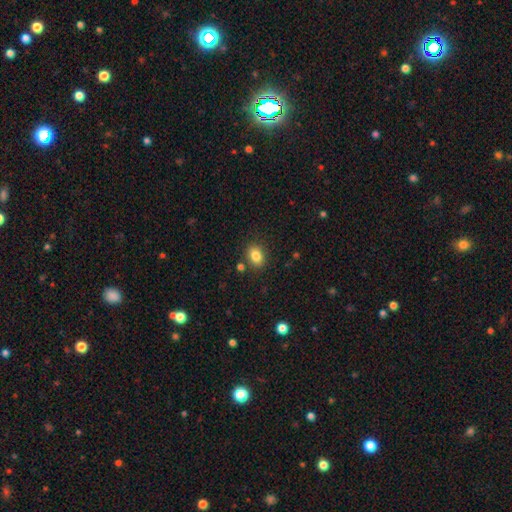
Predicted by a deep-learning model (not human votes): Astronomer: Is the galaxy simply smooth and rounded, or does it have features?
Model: smooth — 84%.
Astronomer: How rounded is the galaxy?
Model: in between — 68%.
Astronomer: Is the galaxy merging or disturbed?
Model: none — 82%.